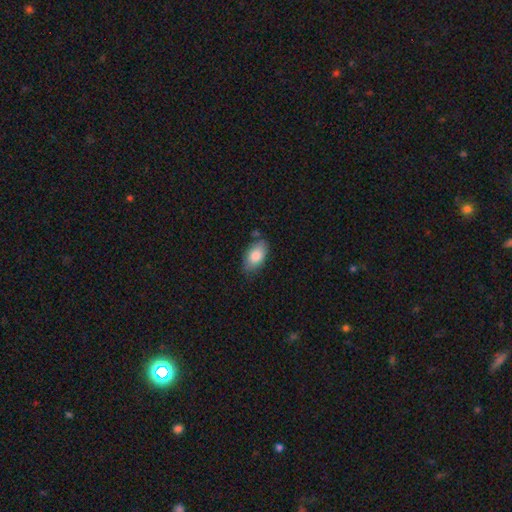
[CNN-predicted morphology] A smooth galaxy with no disk features (82%) that is in between round and cigar-shaped (93%). Merging: none (76%).